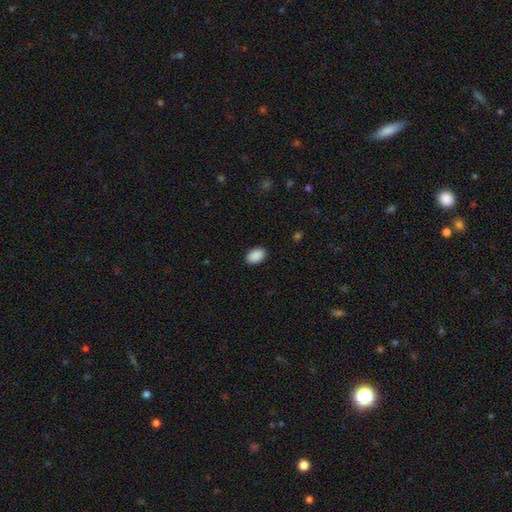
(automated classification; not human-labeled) Smooth or featured? Predicted: smooth (p=0.91). How rounded? Predicted: in between (p=0.91). Merging? Predicted: none (p=0.89).